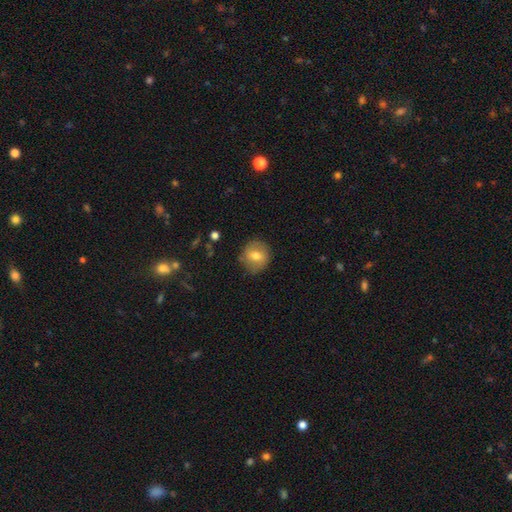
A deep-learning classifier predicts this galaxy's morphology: Smooth or featured: smooth — 68% (featured or disk — 24%)
How rounded: round — 87% (in between — 12%)
Merging: none — 84% (minor disturbance — 12%)